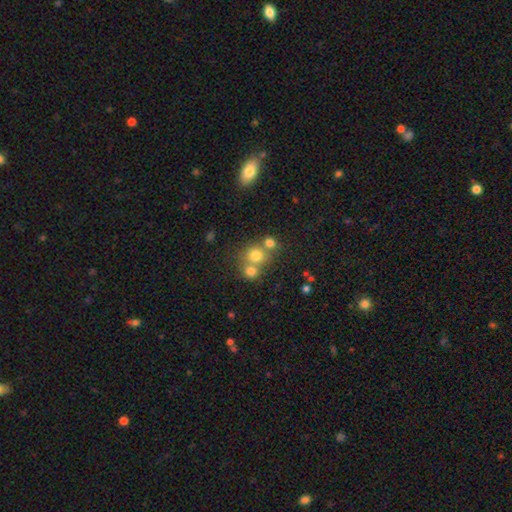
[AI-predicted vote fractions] Q: Smooth or featured?
A: smooth (72%); runner-up: star or artifact (15%)
Q: How rounded?
A: round (84%); runner-up: in between (15%)
Q: Merging?
A: none (46%); runner-up: merger (43%)